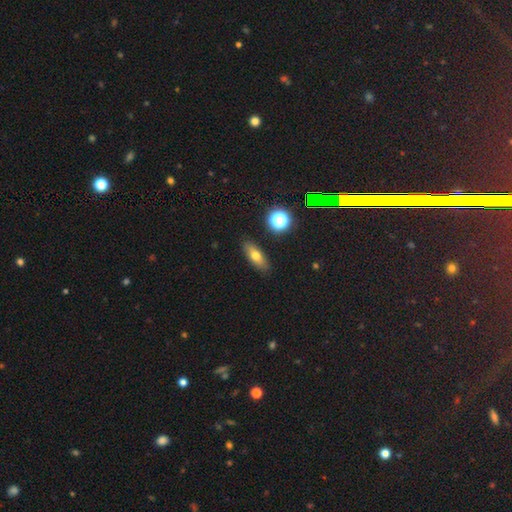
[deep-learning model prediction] smooth 66%, featured or disk 23%, star or artifact 11%. Down the decision tree: how rounded — in between (63%); merging — none (88%).